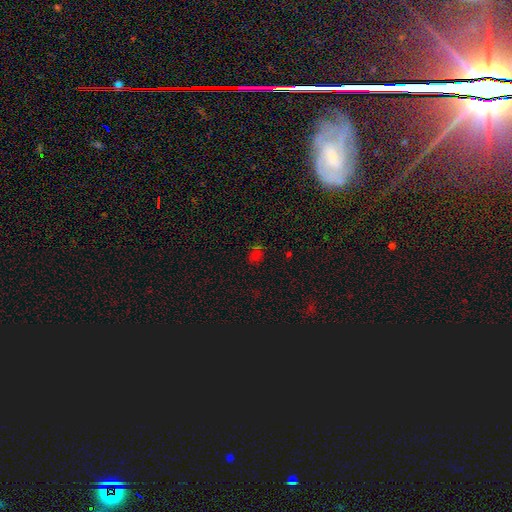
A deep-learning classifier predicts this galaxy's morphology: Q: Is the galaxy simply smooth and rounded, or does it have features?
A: smooth — 54%.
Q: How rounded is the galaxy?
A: in between — 58%.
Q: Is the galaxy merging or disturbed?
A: none — 72%.